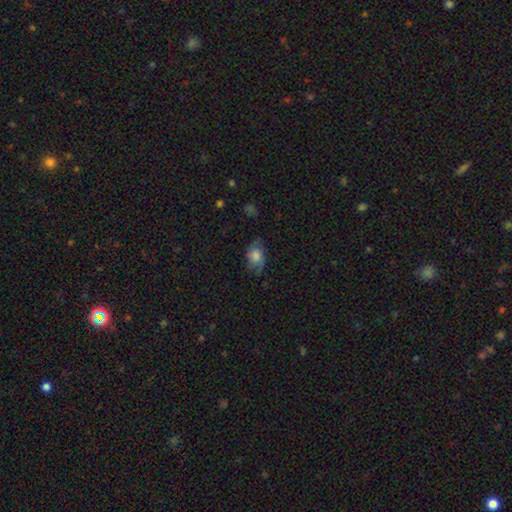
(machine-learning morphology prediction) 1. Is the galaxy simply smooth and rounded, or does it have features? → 61% smooth, 29% featured or disk, 10% star or artifact.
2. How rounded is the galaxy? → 78% in between, 20% round, 2% cigar-shaped.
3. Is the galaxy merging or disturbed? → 57% none, 28% minor disturbance, 14% major disturbance, 2% merger.